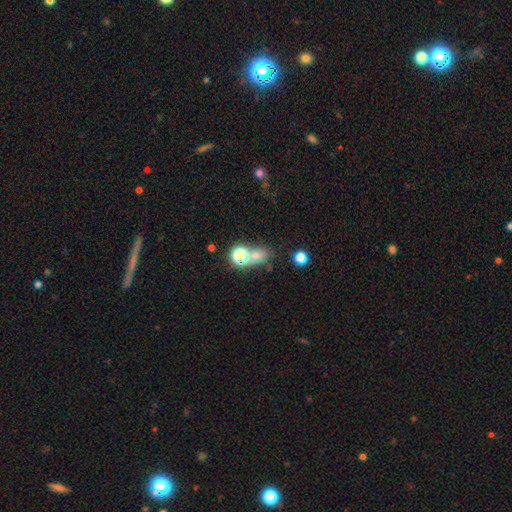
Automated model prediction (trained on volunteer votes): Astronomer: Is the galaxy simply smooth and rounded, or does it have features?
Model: smooth — 61%.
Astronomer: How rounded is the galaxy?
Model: round — 58% (runner-up: in between, 40%).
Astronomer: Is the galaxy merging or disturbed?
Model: none — 53% (runner-up: merger, 30%).